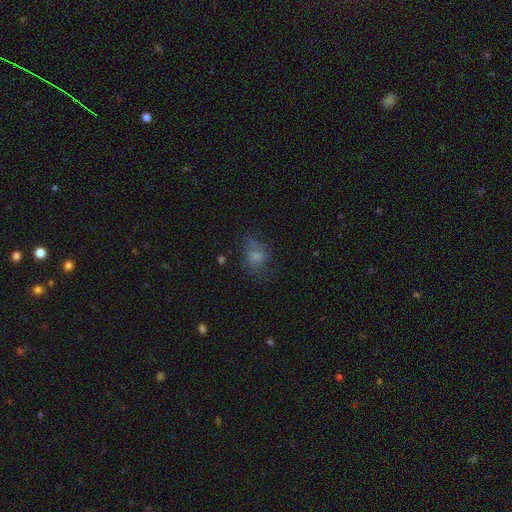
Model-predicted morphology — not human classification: Q: Smooth or featured?
A: smooth (63%); runner-up: featured or disk (21%)
Q: How rounded?
A: in between (64%); runner-up: round (34%)
Q: Merging?
A: none (44%); runner-up: major disturbance (27%)